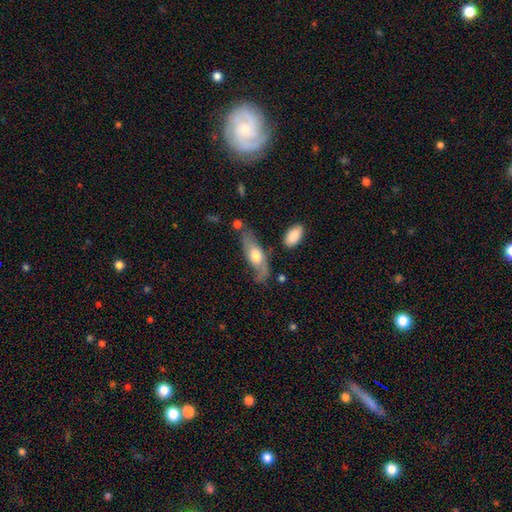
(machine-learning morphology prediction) This appears to be a smooth galaxy with no disk features (49%). Merging: none (55%).